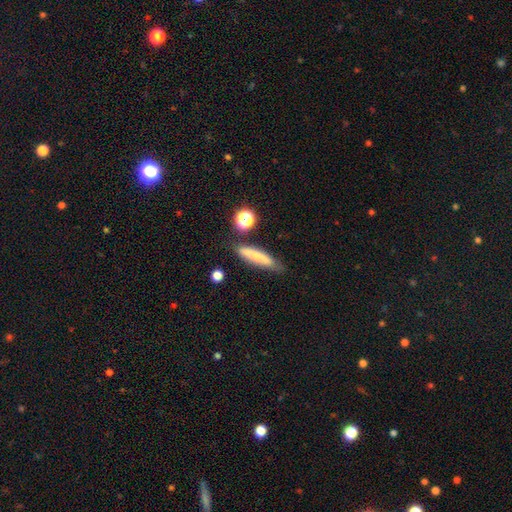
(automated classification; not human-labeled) Q: Smooth or featured?
A: smooth (68%); runner-up: featured or disk (22%)
Q: How rounded?
A: cigar-shaped (80%); runner-up: in between (16%)
Q: Merging?
A: none (69%); runner-up: minor disturbance (20%)